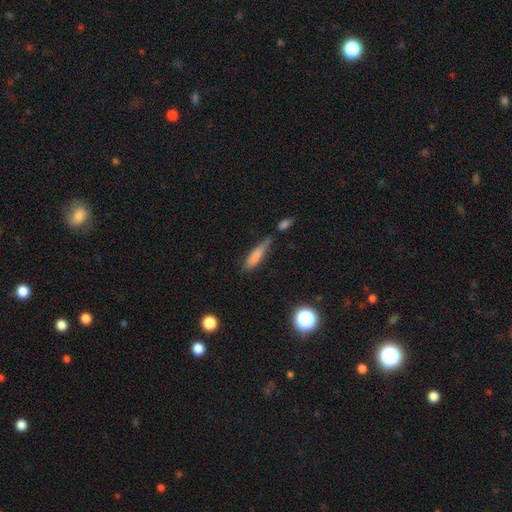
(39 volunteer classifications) This appears to be a smooth galaxy with no disk features (82%) that is cigar-shaped (66%). Merging: minor disturbance (32%).